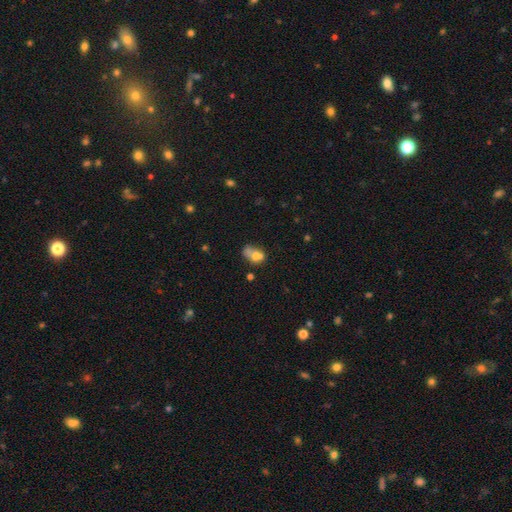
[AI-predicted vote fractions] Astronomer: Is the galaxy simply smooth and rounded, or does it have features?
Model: smooth — 63%.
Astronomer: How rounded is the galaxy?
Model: in between — 64%.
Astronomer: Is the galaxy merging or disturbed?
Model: merger — 44% (runner-up: none, 31%).